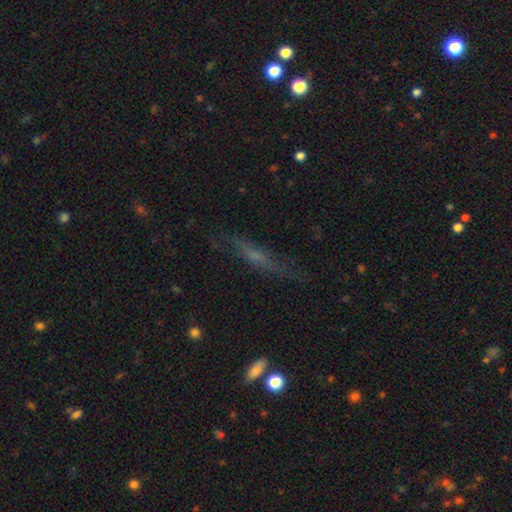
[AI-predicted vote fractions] This appears to be a featured or disk galaxy (49%). Merging: none (71%).